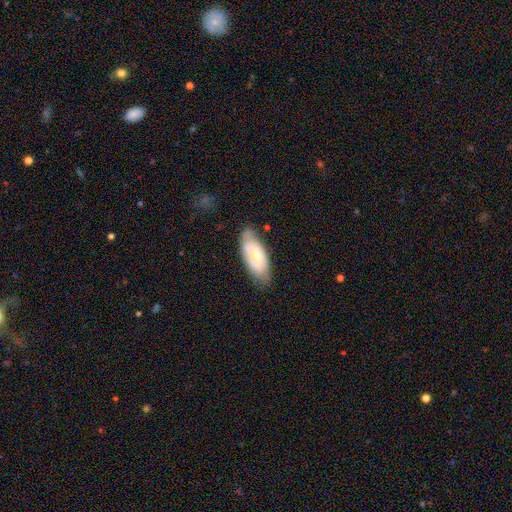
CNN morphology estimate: Q: Smooth or featured?
A: smooth (47%); tied with: featured or disk (47%)
Q: Merging?
A: none (71%); runner-up: minor disturbance (23%)